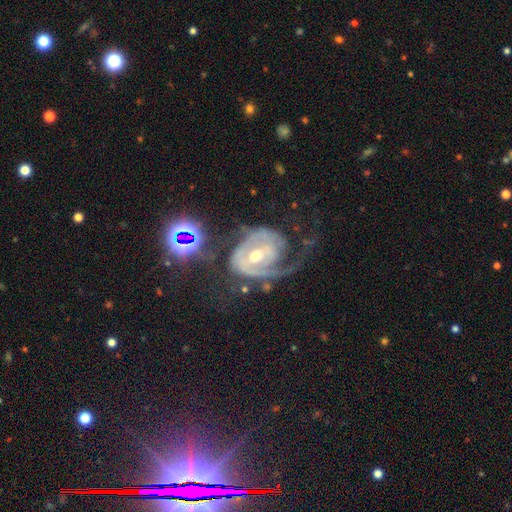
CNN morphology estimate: Smooth or featured: featured or disk — 85% (smooth — 7%)
Edge-on disk: no — 97% (yes — 3%)
Bar: weak — 41% (no — 39%)
Spiral arms: yes — 91% (no — 9%)
Spiral winding: tight — 43% (medium — 38%)
Spiral arm count: 2 — 41% (1 — 32%)
Bulge size: moderate — 58% (small — 37%)
Merging: none — 38% (major disturbance — 37%)